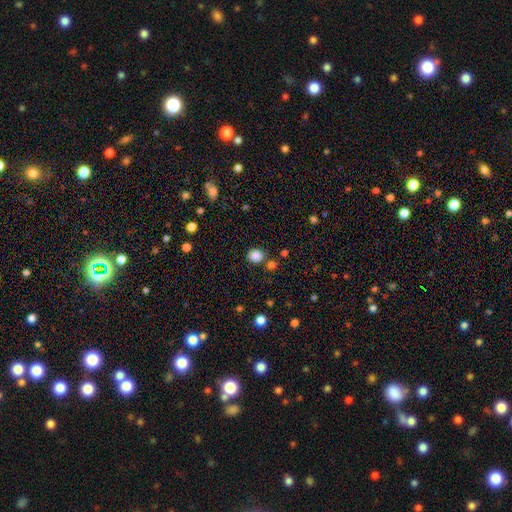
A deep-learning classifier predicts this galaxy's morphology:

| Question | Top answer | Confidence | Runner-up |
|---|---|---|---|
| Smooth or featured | smooth | 85% | star or artifact (11%) |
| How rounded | round | 80% | in between (19%) |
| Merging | none | 79% | minor disturbance (9%) |